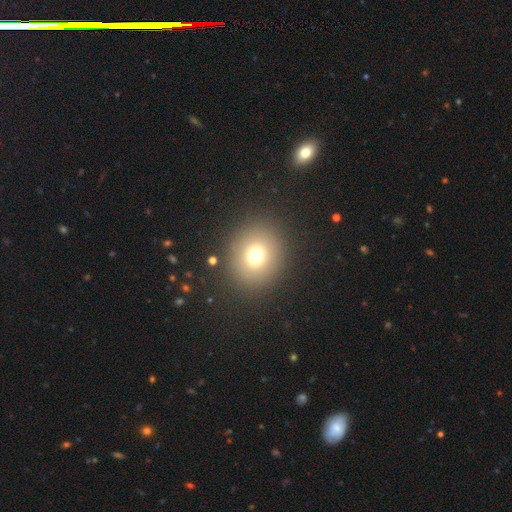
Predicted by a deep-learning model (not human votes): A smooth galaxy with no disk features (71%) that is round (77%).

Vote fractions:
- Smooth or featured? smooth: 71% / star or artifact: 18% / featured or disk: 11%
- How rounded? round: 77% / in between: 22% / cigar-shaped: 1%
- Merging? none: 87% / minor disturbance: 7% / major disturbance: 4% / merger: 2%